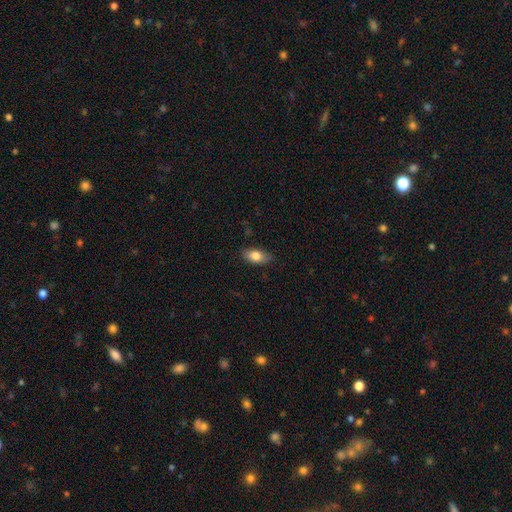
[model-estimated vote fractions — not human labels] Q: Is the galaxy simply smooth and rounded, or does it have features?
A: smooth — 80%.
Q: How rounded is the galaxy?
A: in between — 88%.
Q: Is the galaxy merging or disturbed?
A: none — 83%.